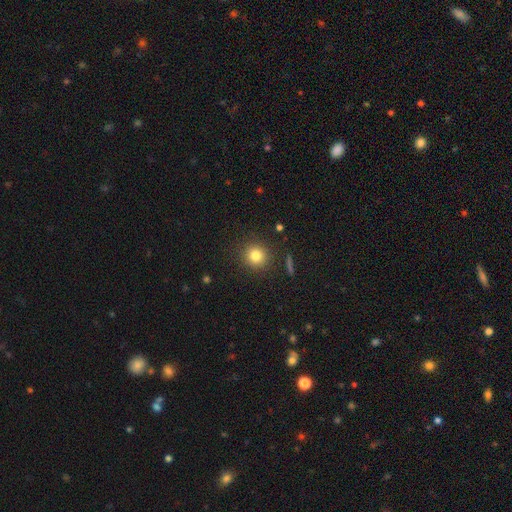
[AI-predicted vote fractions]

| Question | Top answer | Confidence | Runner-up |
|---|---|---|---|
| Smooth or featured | smooth | 81% | star or artifact (12%) |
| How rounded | round | 91% | in between (8%) |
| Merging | none | 90% | minor disturbance (6%) |